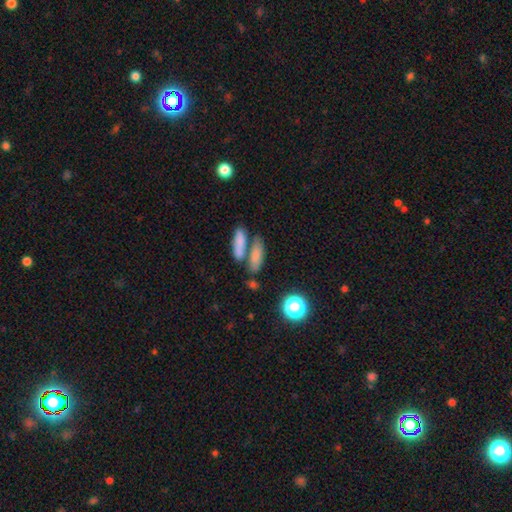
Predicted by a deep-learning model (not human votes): This appears to be a smooth galaxy with no disk features (77%) that is in between round and cigar-shaped (57%). Merging: merger (43%).